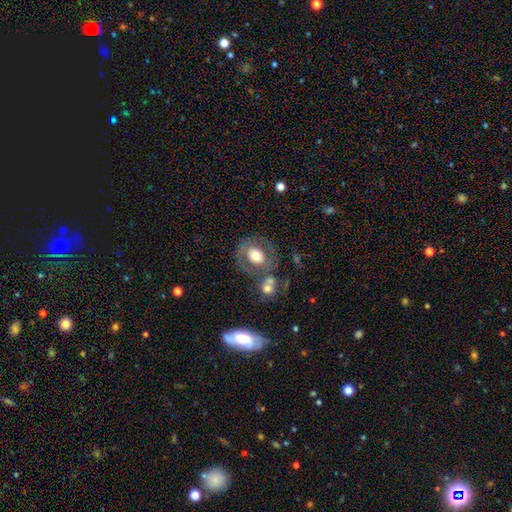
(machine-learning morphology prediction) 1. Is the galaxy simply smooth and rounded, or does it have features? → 55% smooth, 36% featured or disk, 9% star or artifact.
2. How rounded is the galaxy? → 64% round, 35% in between, 1% cigar-shaped.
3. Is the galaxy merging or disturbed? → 61% none, 16% merger, 14% minor disturbance, 9% major disturbance.